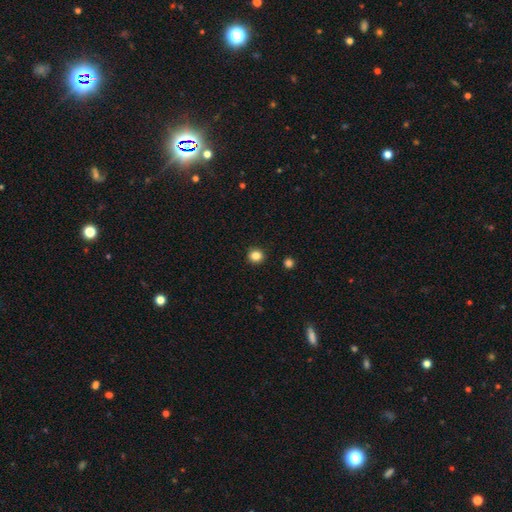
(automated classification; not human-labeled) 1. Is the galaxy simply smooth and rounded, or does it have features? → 86% smooth, 11% star or artifact, 3% featured or disk.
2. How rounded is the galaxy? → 85% round, 14% in between, 1% cigar-shaped.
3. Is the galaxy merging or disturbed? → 92% none, 5% minor disturbance, 2% major disturbance, 1% merger.